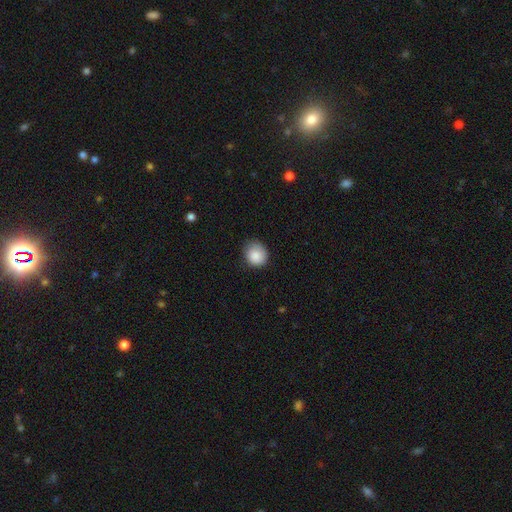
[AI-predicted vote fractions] Smooth or featured? smooth (87%)
How rounded? round (73%)
Merging? none (69%)